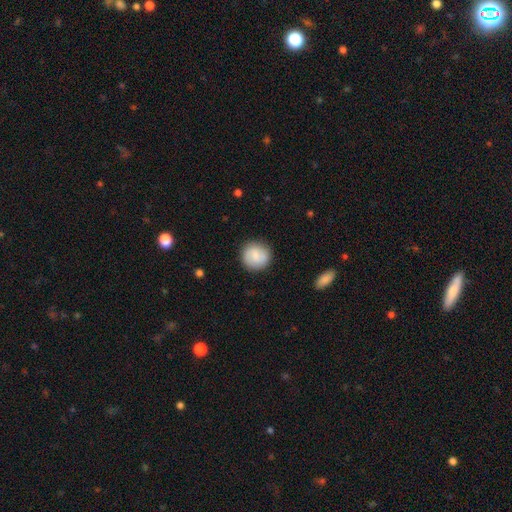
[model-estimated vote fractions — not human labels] smooth 76%, featured or disk 17%, star or artifact 7%. Down the decision tree: how rounded — round (92%); merging — none (87%).